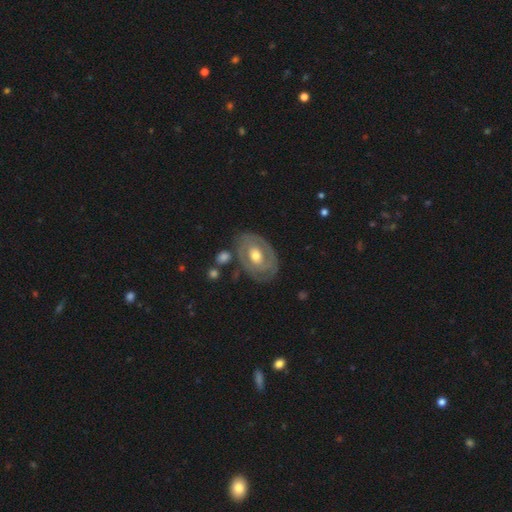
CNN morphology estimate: Overall: featured or disk (70%). Edge-on disk: no (95%). Bar: no (63%; weak 28%). Spiral arms: yes (54%; no 46%). Bulge size: moderate (74%). Merging: none (71%).